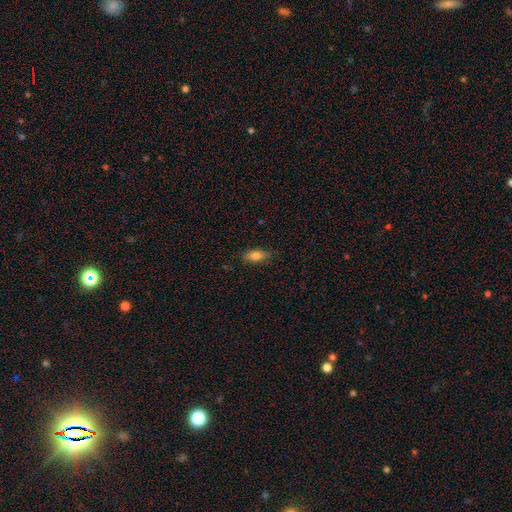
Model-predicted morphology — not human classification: This is clearly a smooth galaxy (81%). How rounded: likely in between (80%). Merging: clearly none (82%).